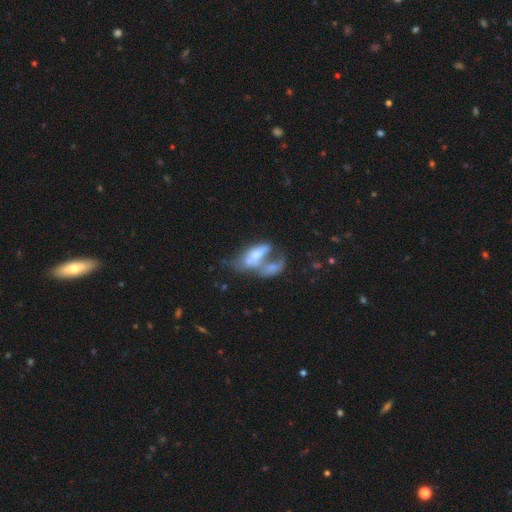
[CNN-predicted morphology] This appears to be a smooth galaxy with no disk features (51%) that is in between round and cigar-shaped (78%). Merging: merger (62%).